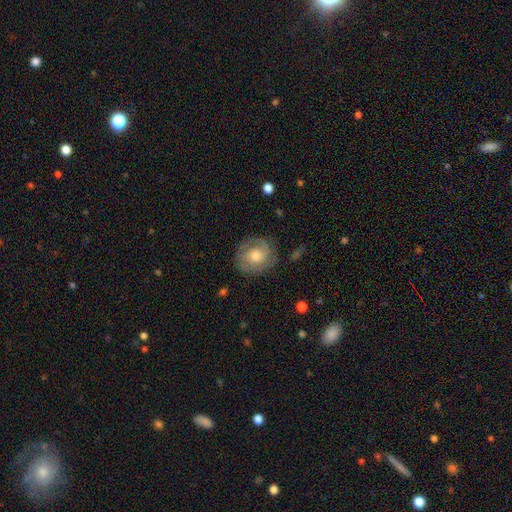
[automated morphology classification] This appears to be a featured or disk galaxy (64%) with no bar (73%), 2 (49%) tight (59%) spiral arms (83%) and a moderate central bulge (64%). Merging: none (76%).